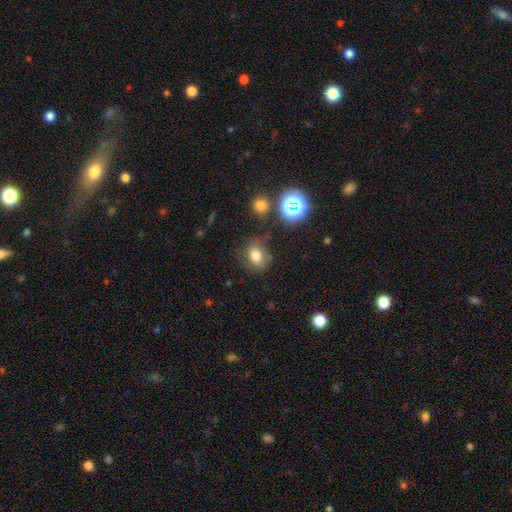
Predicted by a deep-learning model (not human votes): smooth-or-featured: smooth: 75% | star or artifact: 16% | featured or disk: 10%
  how-rounded: round: 50% | in between: 49% | cigar-shaped: 1%
  merging: none: 70% | minor disturbance: 17% | major disturbance: 7% | merger: 6%